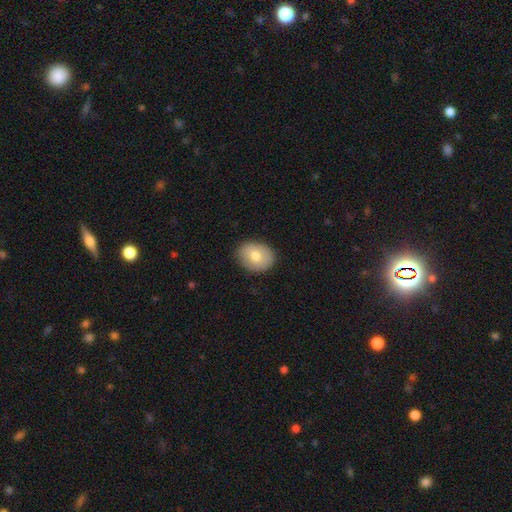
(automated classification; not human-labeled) Overall: smooth (75%). How rounded: in between (58%; round 41%). Merging: none (87%).